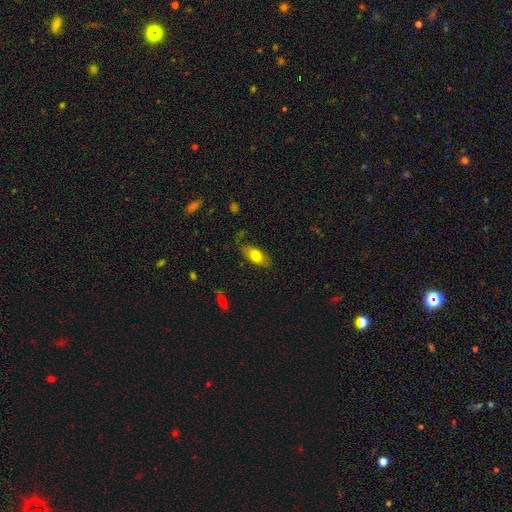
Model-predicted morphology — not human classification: Overall: smooth (73%). How rounded: in between (85%). Merging: none (75%).